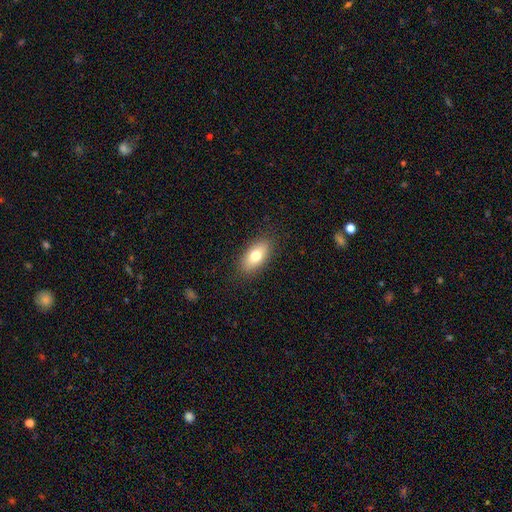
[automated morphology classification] smooth 76%, featured or disk 16%, star or artifact 7%. Down the decision tree: how rounded — in between (89%); merging — none (87%).